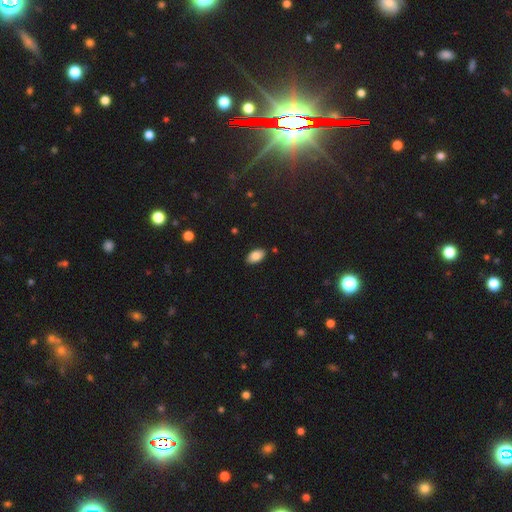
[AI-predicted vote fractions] Q: Smooth or featured?
A: smooth (83%); runner-up: featured or disk (9%)
Q: How rounded?
A: in between (94%); runner-up: round (5%)
Q: Merging?
A: none (87%); runner-up: minor disturbance (10%)